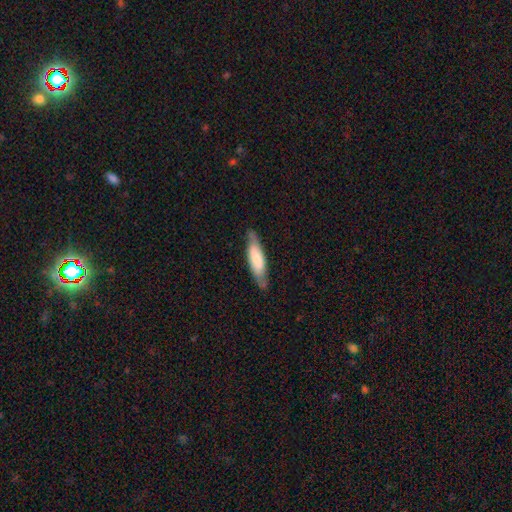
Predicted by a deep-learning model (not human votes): This appears to be a smooth galaxy with no disk features (61%) that is cigar-shaped (62%). Merging: none (78%).